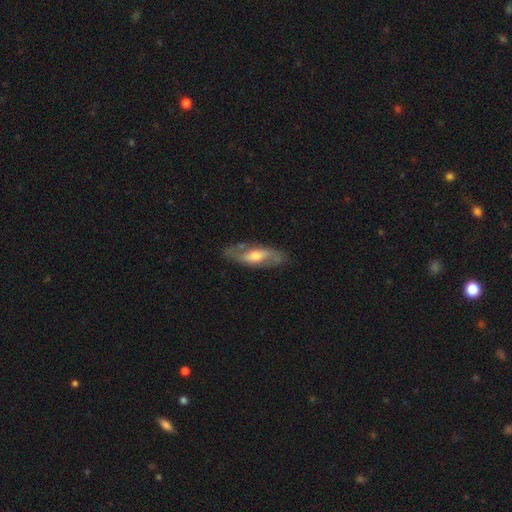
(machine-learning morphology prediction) Smooth or featured? featured or disk (66%)
Edge-on disk? no (79%)
Bar? weak (40%)
Spiral arms? yes (78%)
Bulge size? moderate (64%)
Merging? none (74%)